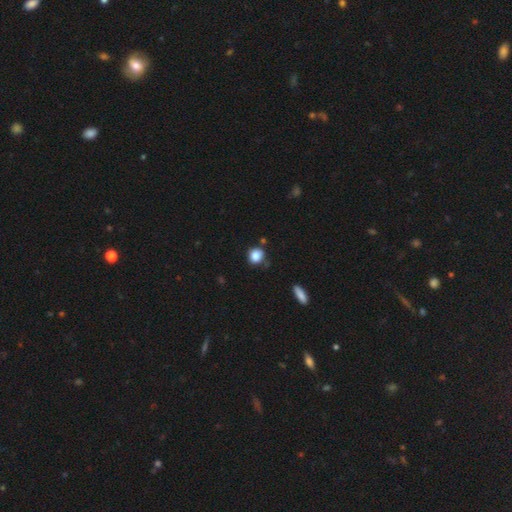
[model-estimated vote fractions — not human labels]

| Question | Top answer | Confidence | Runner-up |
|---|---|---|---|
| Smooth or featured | smooth | 85% | star or artifact (10%) |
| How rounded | round | 77% | in between (22%) |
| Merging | none | 74% | minor disturbance (17%) |